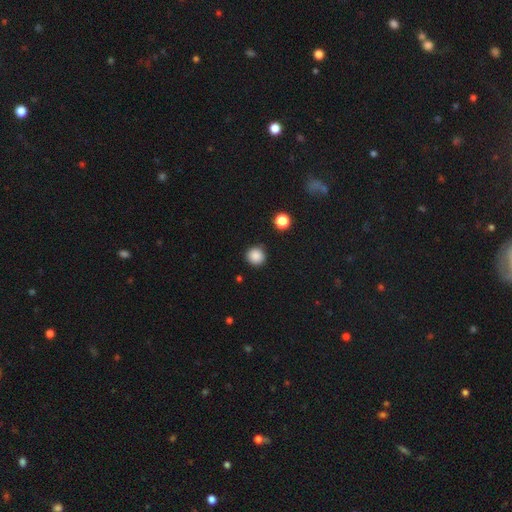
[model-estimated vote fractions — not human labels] smooth_or_featured: smooth (p=0.86) [alt: star or artifact p=0.11]
how_rounded: round (p=0.94) [alt: in between p=0.05]
merging: none (p=0.90) [alt: minor disturbance p=0.07]